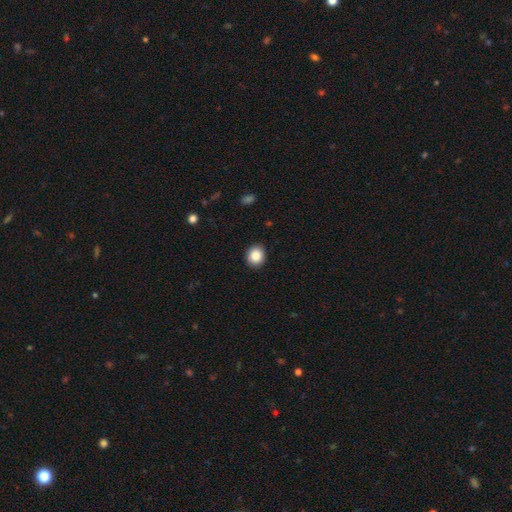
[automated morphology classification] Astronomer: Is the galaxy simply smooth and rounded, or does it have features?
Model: smooth — 87%.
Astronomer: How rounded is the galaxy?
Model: round — 79%.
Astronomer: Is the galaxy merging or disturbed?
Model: none — 91%.